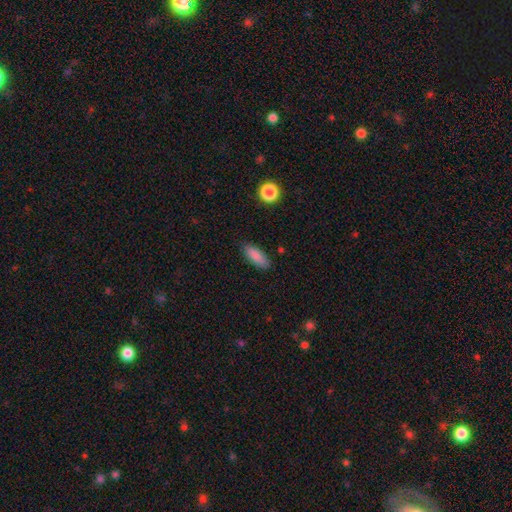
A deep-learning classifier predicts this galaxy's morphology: smooth_or_featured: smooth (p=0.86) [alt: star or artifact p=0.07]
how_rounded: in between (p=0.71) [alt: cigar-shaped p=0.27]
merging: none (p=0.84) [alt: minor disturbance p=0.12]